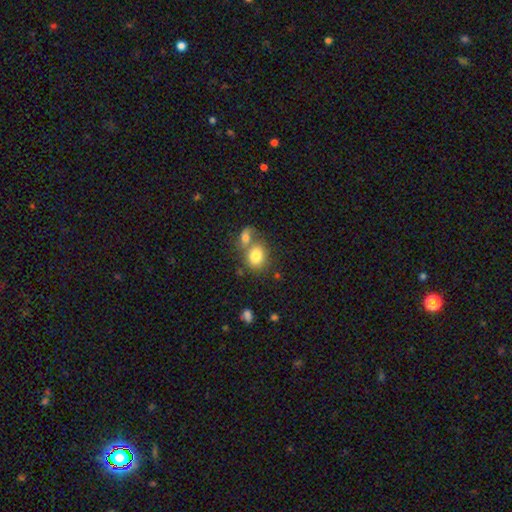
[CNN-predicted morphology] Smooth or featured? Predicted: smooth (p=0.81). How rounded? Predicted: round (p=0.53). Merging? Predicted: merger (p=0.46).